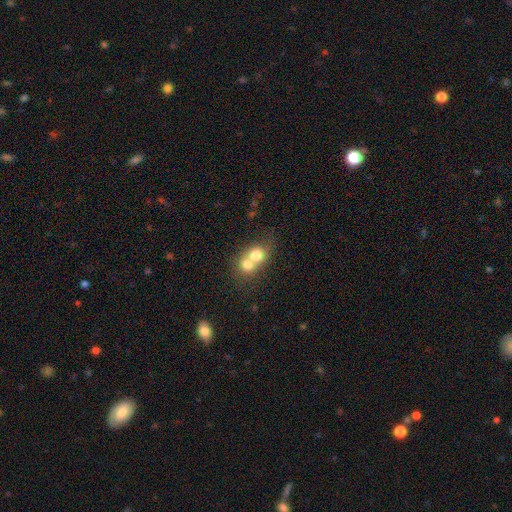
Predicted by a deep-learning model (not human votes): This appears to be a smooth galaxy with no disk features (72%) that is round (69%). Merging: merger (74%).